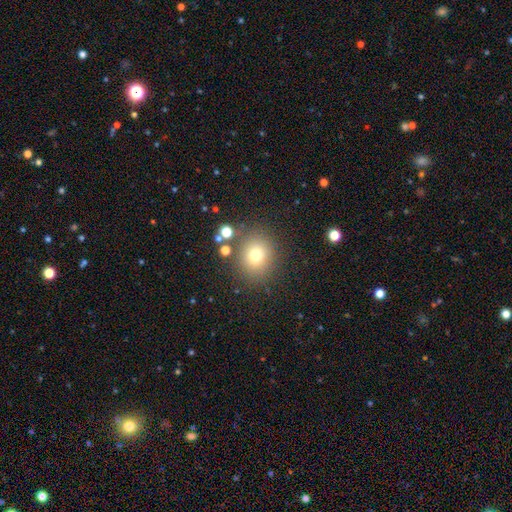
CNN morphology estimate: smooth-or-featured: smooth: 74% | star or artifact: 16% | featured or disk: 11%
  how-rounded: round: 80% | in between: 19% | cigar-shaped: 1%
  merging: none: 82% | minor disturbance: 9% | merger: 5% | major disturbance: 4%